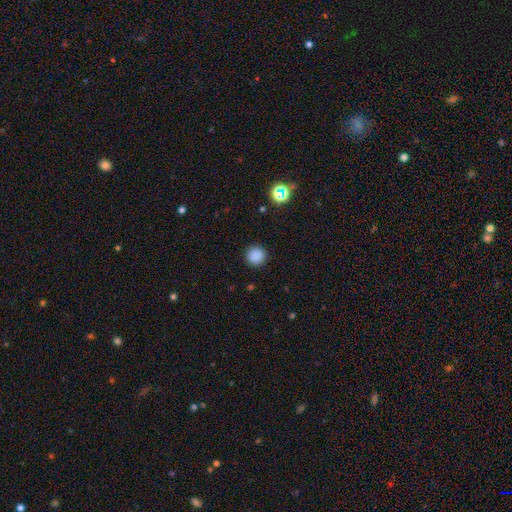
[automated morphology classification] Smooth or featured? smooth (86%)
How rounded? round (94%)
Merging? none (91%)